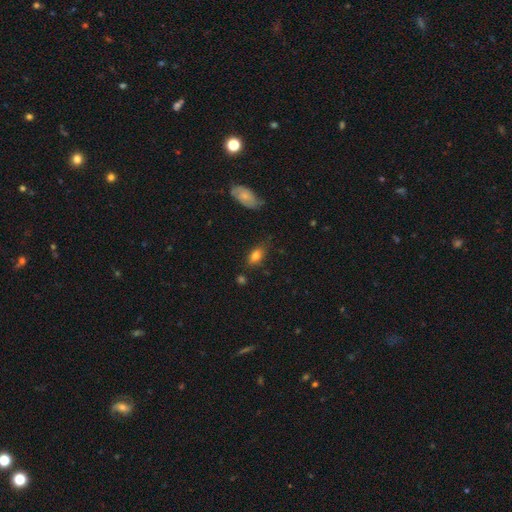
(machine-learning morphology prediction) smooth-or-featured: smooth: 79% | featured or disk: 12% | star or artifact: 9%
  how-rounded: in between: 86% | round: 9% | cigar-shaped: 5%
  merging: none: 73% | minor disturbance: 20% | major disturbance: 4% | merger: 3%